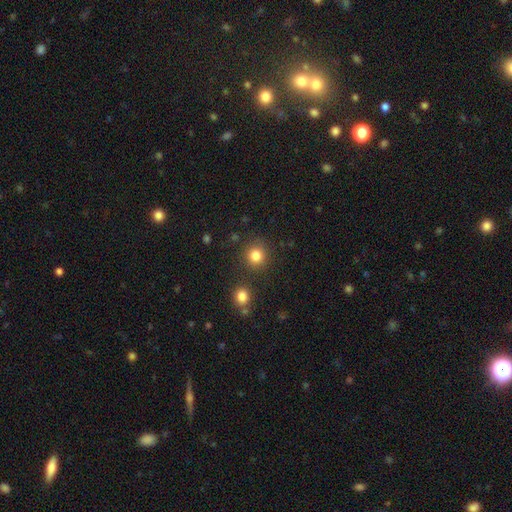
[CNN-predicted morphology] Smooth or featured: smooth — 83% (star or artifact — 12%)
How rounded: round — 89% (in between — 10%)
Merging: none — 84% (minor disturbance — 7%)